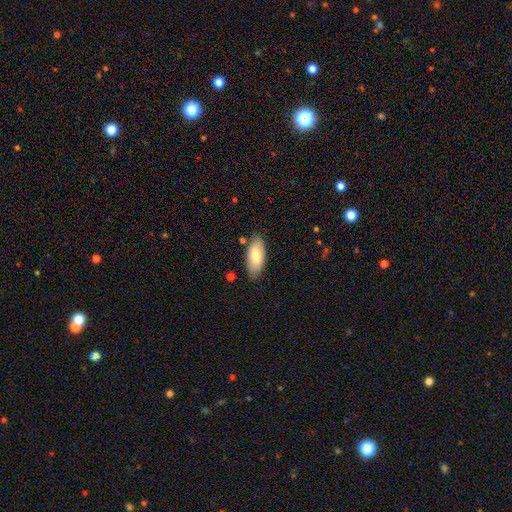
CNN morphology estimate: smooth-or-featured: smooth: 77% | featured or disk: 17% | star or artifact: 6%
  how-rounded: in between: 89% | cigar-shaped: 9% | round: 2%
  merging: none: 82% | minor disturbance: 13% | merger: 3% | major disturbance: 2%